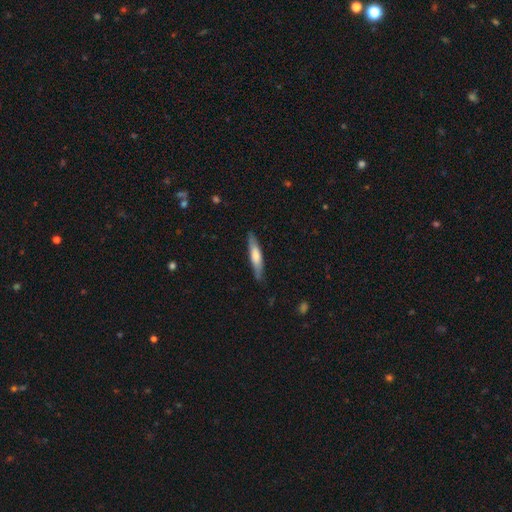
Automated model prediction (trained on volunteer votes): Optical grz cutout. It shows a smooth galaxy with no disk features (61%) that is cigar-shaped (82%). Merging: none (83%).